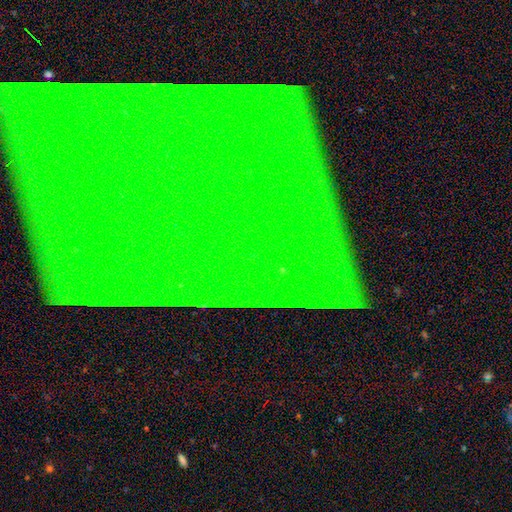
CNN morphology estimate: This appears to be a star or artifact, not a galaxy (86%).